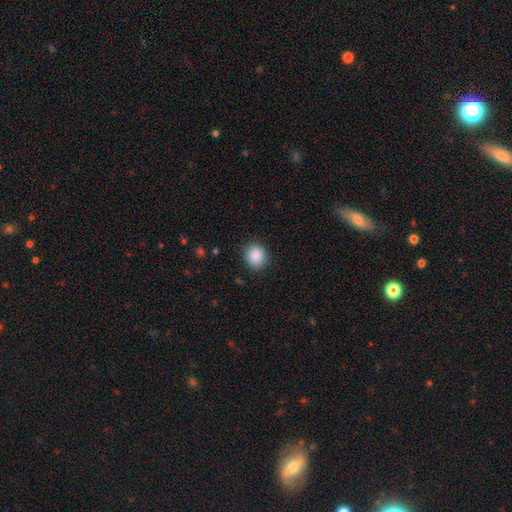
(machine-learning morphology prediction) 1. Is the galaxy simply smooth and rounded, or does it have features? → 89% smooth, 8% star or artifact, 3% featured or disk.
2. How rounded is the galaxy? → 80% round, 19% in between, 1% cigar-shaped.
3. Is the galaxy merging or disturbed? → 88% none, 8% minor disturbance, 2% major disturbance, 1% merger.